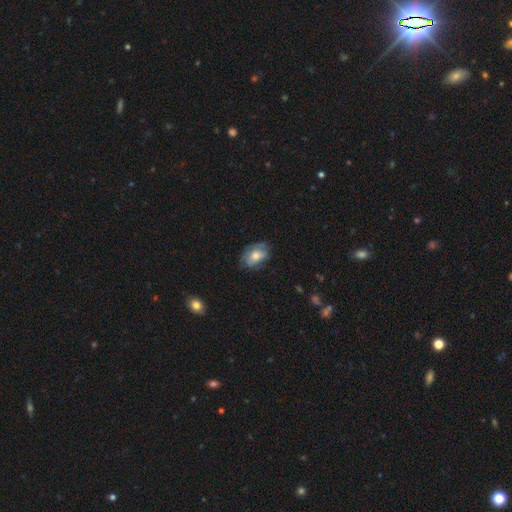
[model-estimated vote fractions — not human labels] The model was most divided on "smooth or featured": smooth: 61%, featured or disk: 31%, star or artifact: 8%. More confident: how rounded — in between (85%); merging — none (61%).